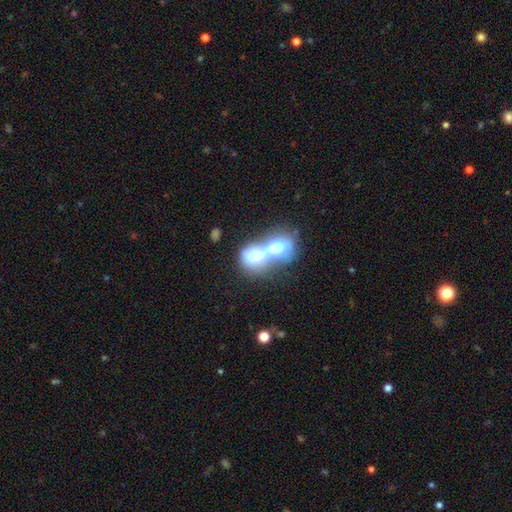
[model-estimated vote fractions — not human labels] Smooth or featured?
  - smooth: 55% *
  - featured or disk: 33%
  - star or artifact: 12%
How rounded?
  - in between: 66% *
  - round: 29%
  - cigar-shaped: 5%
Merging?
  - merger: 79% *
  - none: 12%
  - major disturbance: 5%
  - minor disturbance: 4%